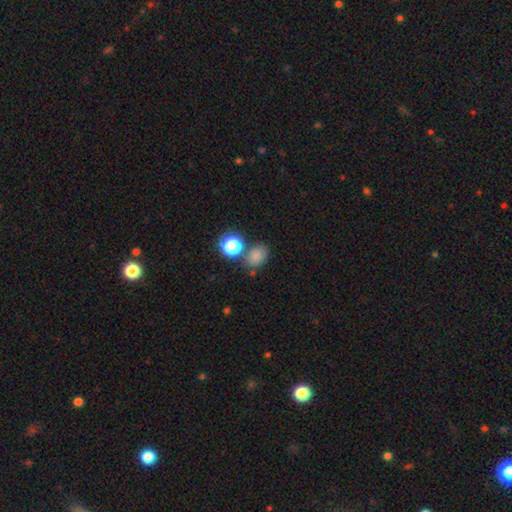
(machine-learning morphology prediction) Q: Smooth or featured?
A: smooth (78%); runner-up: star or artifact (16%)
Q: How rounded?
A: in between (56%); runner-up: round (43%)
Q: Merging?
A: none (66%); runner-up: merger (16%)